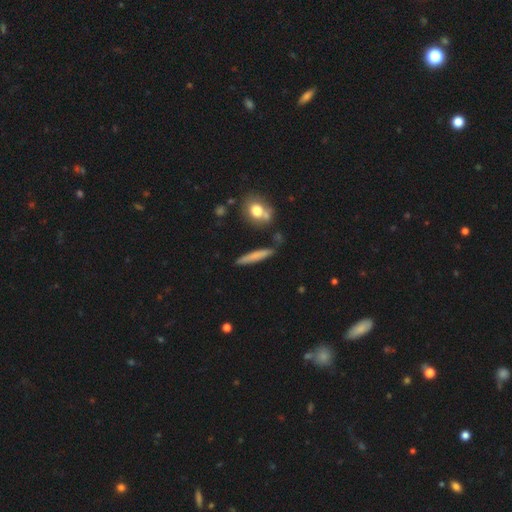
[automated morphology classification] The model was most divided on "smooth or featured": smooth: 67%, featured or disk: 25%, star or artifact: 7%. More confident: how rounded — cigar-shaped (91%); merging — none (83%).